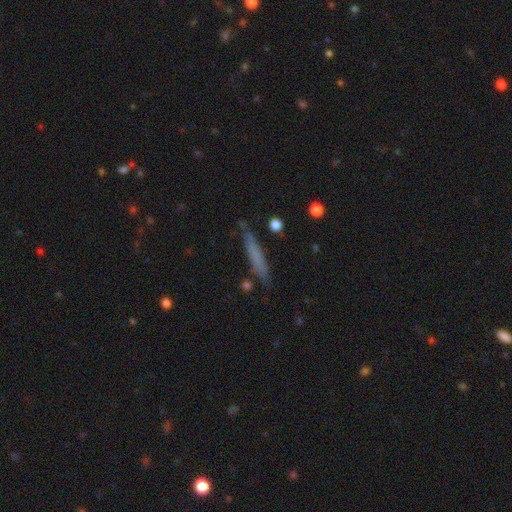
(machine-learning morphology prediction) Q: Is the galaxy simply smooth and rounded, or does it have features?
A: smooth — 66%.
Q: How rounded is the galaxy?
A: cigar-shaped — 92%.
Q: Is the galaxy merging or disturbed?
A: none — 80%.